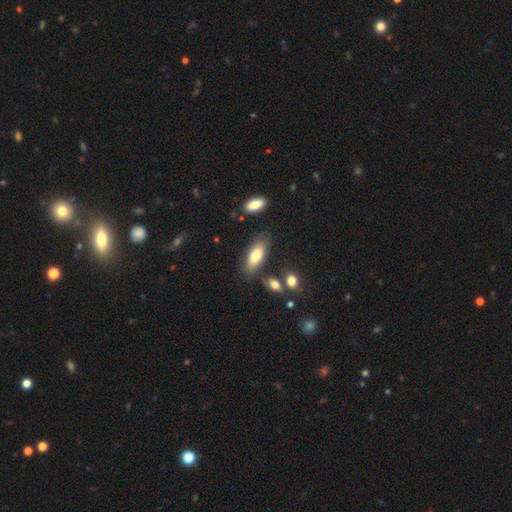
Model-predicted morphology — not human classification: smooth-or-featured: smooth: 77% | featured or disk: 16% | star or artifact: 7%
  how-rounded: in between: 80% | cigar-shaped: 18% | round: 2%
  merging: none: 76% | minor disturbance: 15% | merger: 5% | major disturbance: 4%